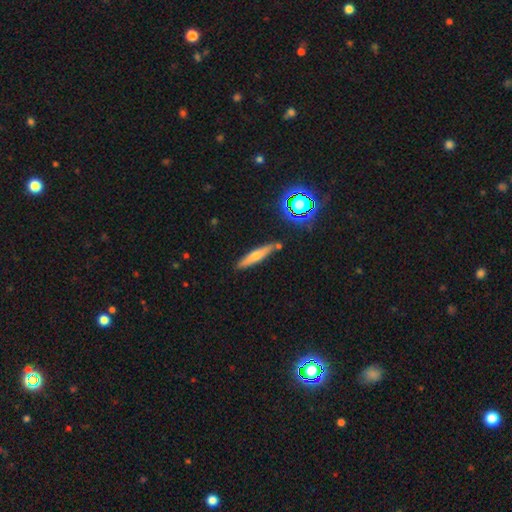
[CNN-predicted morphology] smooth 56%, featured or disk 34%, star or artifact 10%. Down the decision tree: how rounded — cigar-shaped (87%); merging — none (79%).